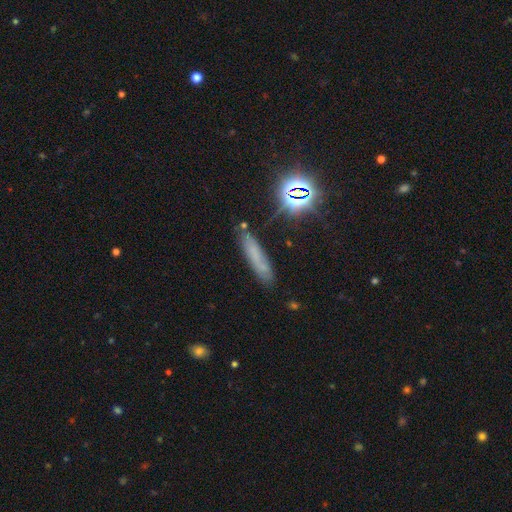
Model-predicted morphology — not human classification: Smooth or featured: smooth — 52% (star or artifact — 25%)
How rounded: cigar-shaped — 78% (in between — 19%)
Merging: none — 73% (minor disturbance — 18%)